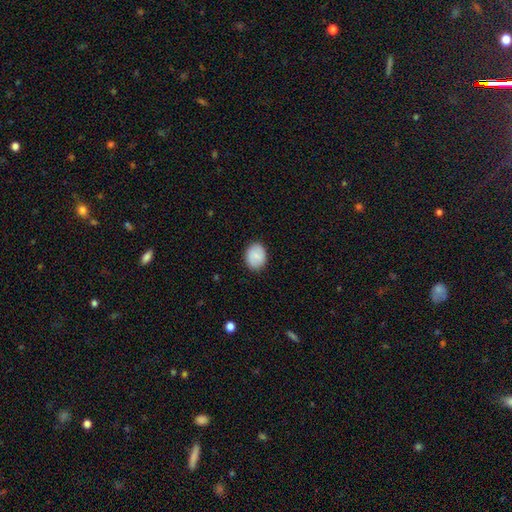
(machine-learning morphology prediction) Overall: smooth (84%). How rounded: round (50%, tied with in between). Merging: none (87%).